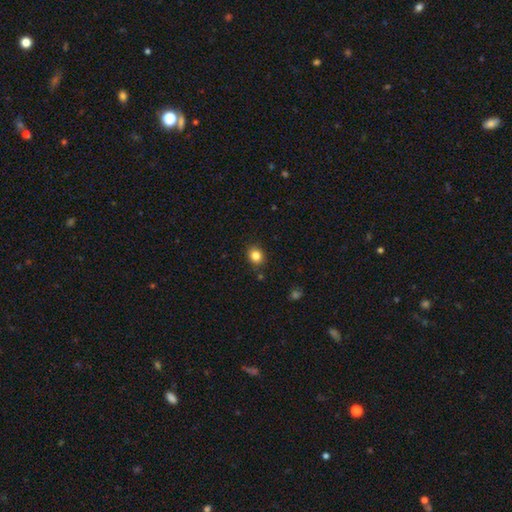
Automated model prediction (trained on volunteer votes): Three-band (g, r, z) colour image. It shows a smooth galaxy with no disk features (84%) that is round (64%). Merging: none (86%).